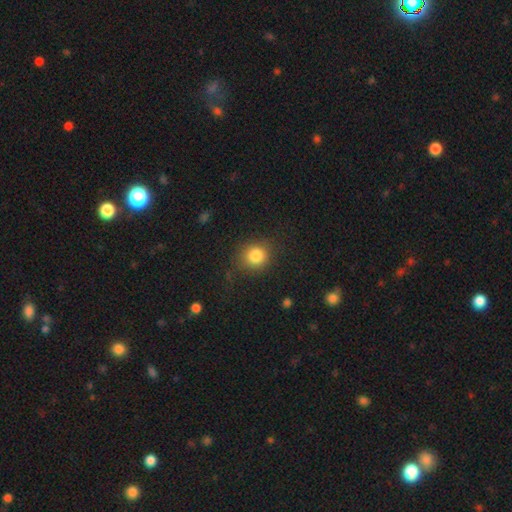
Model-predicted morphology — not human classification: This appears to be a smooth galaxy with no disk features (83%) that is round (83%). Merging: none (81%).